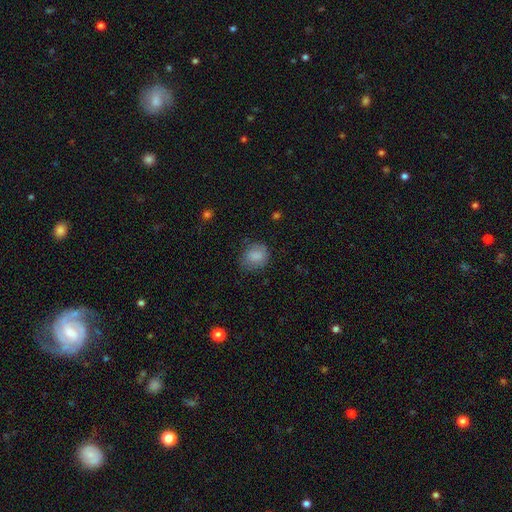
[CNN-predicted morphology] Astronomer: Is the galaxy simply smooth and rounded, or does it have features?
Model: smooth — 83%.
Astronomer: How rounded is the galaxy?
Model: round — 60% (runner-up: in between, 39%).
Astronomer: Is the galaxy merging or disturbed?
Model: none — 68%.